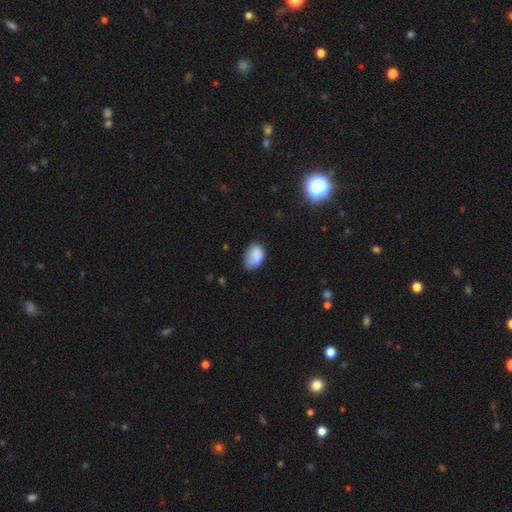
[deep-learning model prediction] Overall: smooth (84%). How rounded: in between (82%). Merging: none (56%; minor disturbance 34%).